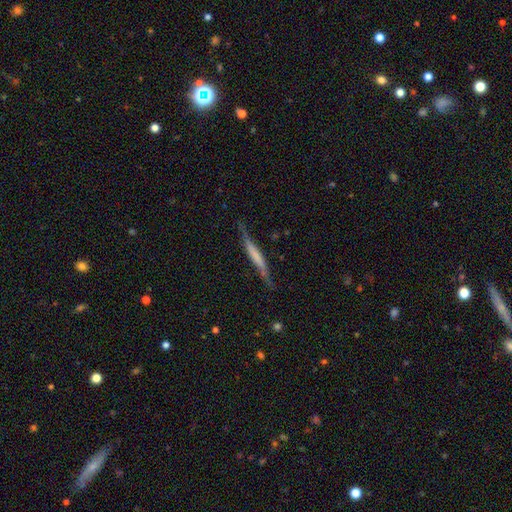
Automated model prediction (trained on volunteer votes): Smooth or featured: featured or disk — 55% (smooth — 39%)
Edge-on disk: yes — 90% (no — 10%)
Merging: none — 70% (minor disturbance — 21%)